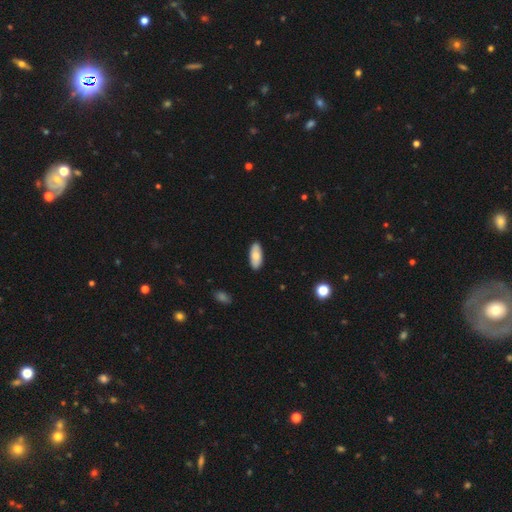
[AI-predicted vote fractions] Smooth or featured? smooth (80%)
How rounded? in between (86%)
Merging? none (89%)